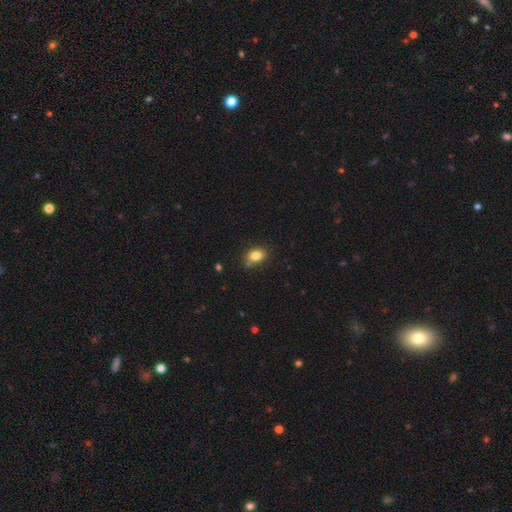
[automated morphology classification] A smooth galaxy with no disk features (83%) that is in between round and cigar-shaped (66%). Merging: none (75%).